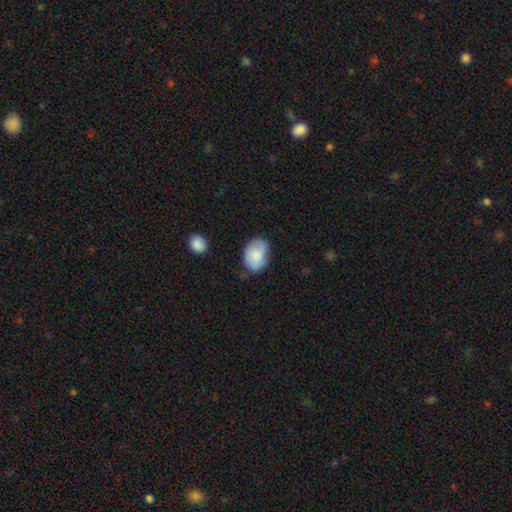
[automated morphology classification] The model was most divided on "merging": none: 63%, minor disturbance: 27%, major disturbance: 7%, merger: 2%. More confident: how rounded — in between (79%); smooth or featured — smooth (74%).